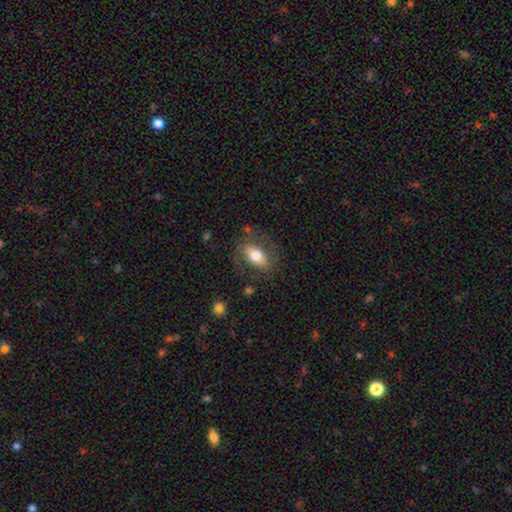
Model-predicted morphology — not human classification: smooth 60%, featured or disk 33%, star or artifact 7%. Down the decision tree: how rounded — in between (85%); merging — none (72%).